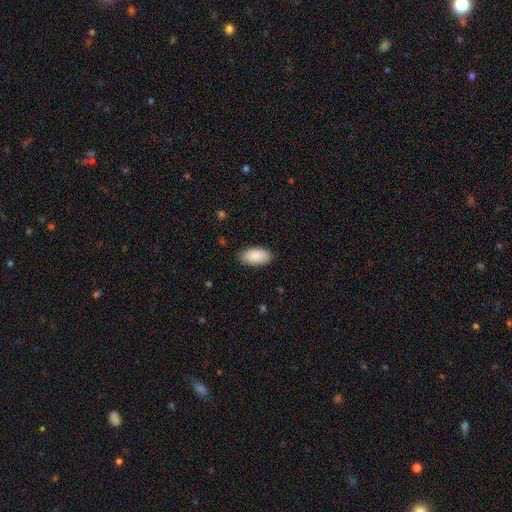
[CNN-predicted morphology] Q: Smooth or featured?
A: smooth (90%); runner-up: star or artifact (6%)
Q: How rounded?
A: in between (95%); runner-up: cigar-shaped (3%)
Q: Merging?
A: none (85%); runner-up: minor disturbance (12%)